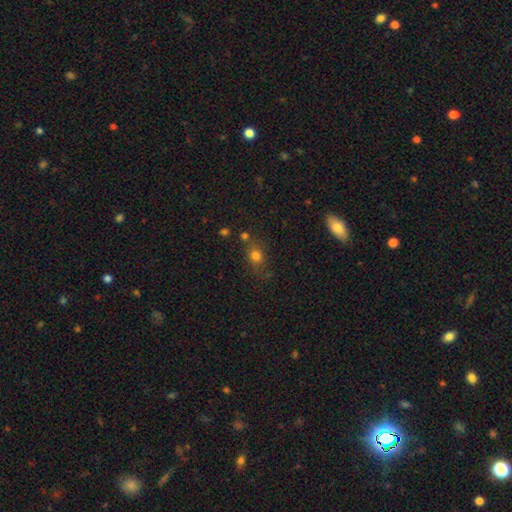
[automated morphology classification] Overall: smooth (75%). How rounded: round (50%; in between 47%). Merging: none (65%).